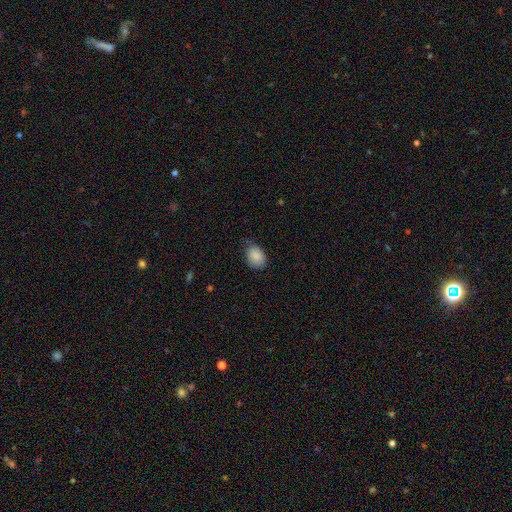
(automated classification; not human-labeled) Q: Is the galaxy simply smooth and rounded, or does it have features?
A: smooth — 87%.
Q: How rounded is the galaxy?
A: in between — 75%.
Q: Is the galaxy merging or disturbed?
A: none — 60%.